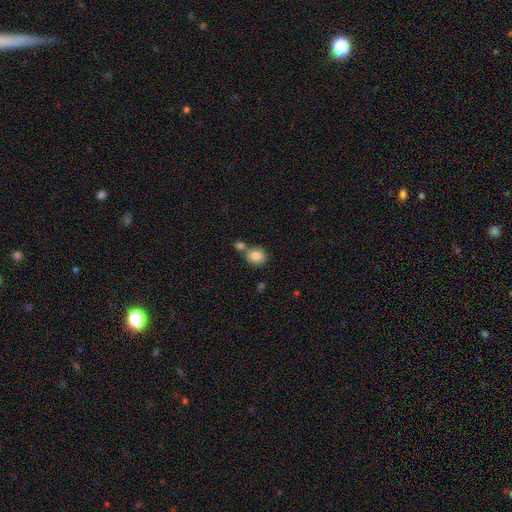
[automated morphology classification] Smooth or featured? Predicted: smooth (p=0.83). How rounded? Predicted: round (p=0.64). Merging? Predicted: none (p=0.53).